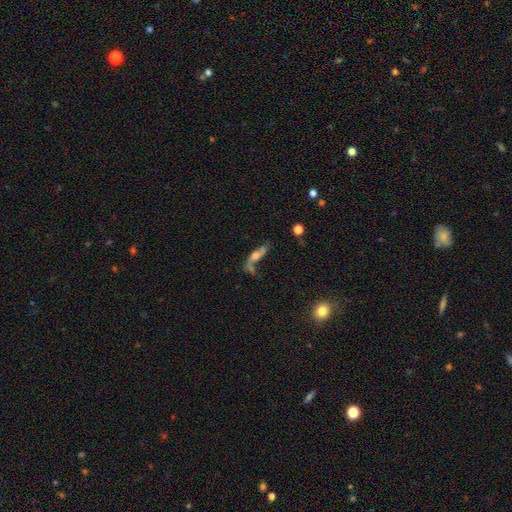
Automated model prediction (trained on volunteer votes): Smooth or featured? Predicted: featured or disk (p=0.64). Edge-on disk? Predicted: no (p=0.62). Merging? Predicted: none (p=0.40).